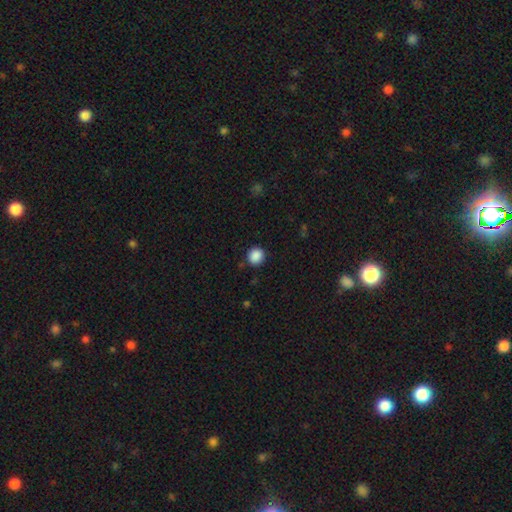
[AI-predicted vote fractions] Smooth or featured? smooth (88%)
How rounded? round (90%)
Merging? none (89%)